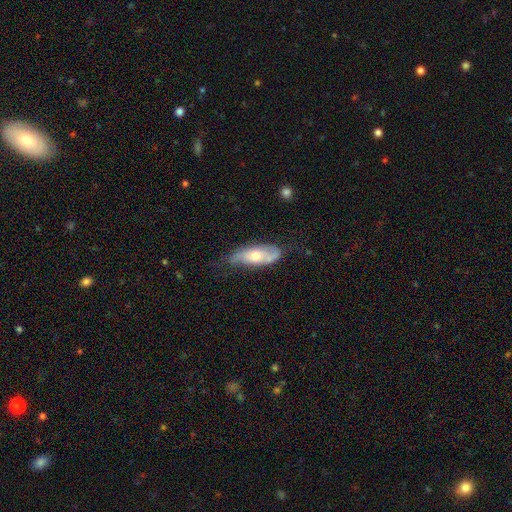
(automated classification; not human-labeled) Morphology: type=featured or disk (50%); merging=none (54%).